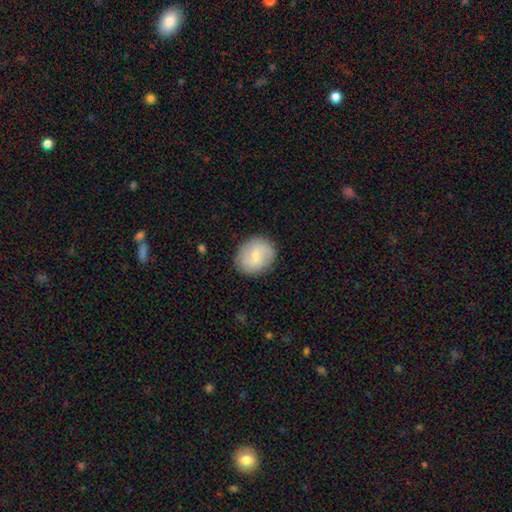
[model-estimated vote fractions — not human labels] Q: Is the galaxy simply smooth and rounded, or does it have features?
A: smooth — 65%.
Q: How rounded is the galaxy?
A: round — 65%.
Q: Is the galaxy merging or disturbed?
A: none — 85%.